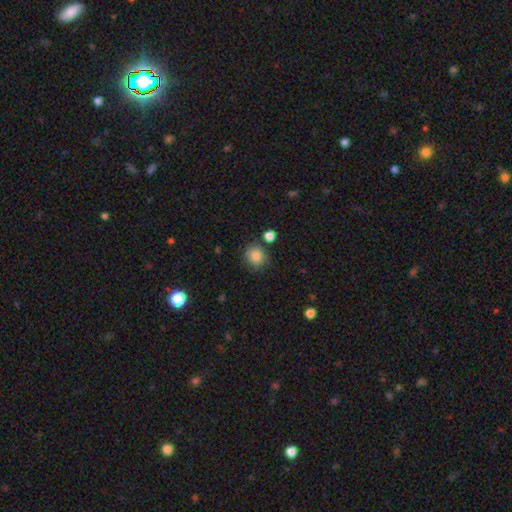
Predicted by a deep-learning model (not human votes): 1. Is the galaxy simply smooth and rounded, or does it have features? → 85% smooth, 10% star or artifact, 5% featured or disk.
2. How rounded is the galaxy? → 86% round, 13% in between, 1% cigar-shaped.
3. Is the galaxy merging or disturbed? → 80% none, 10% minor disturbance, 7% merger, 3% major disturbance.